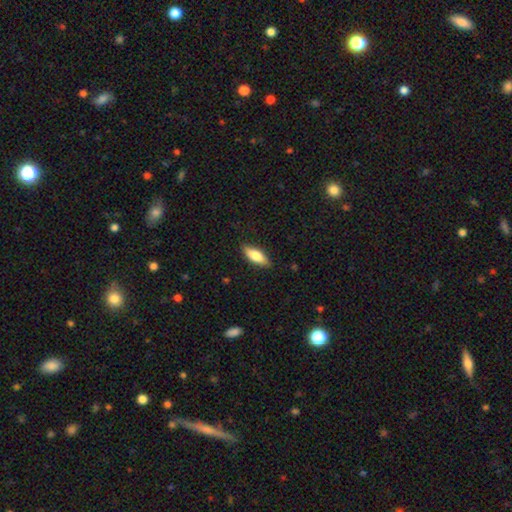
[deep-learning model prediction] The model was most divided on "how rounded": in between: 69%, cigar-shaped: 28%, round: 2%. More confident: merging — none (84%); smooth or featured — smooth (75%).